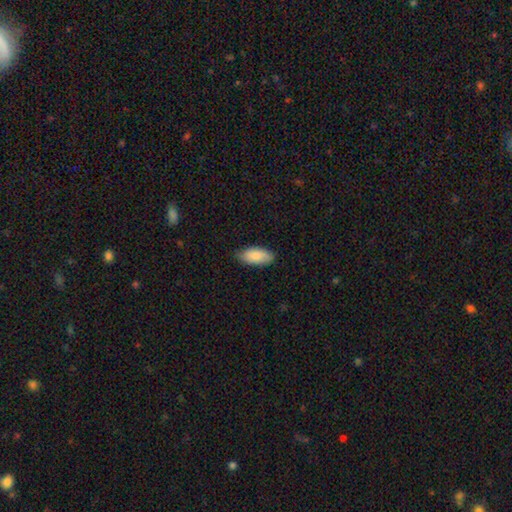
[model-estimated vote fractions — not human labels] Smooth or featured? Predicted: smooth (p=0.85). How rounded? Predicted: in between (p=0.90). Merging? Predicted: none (p=0.81).